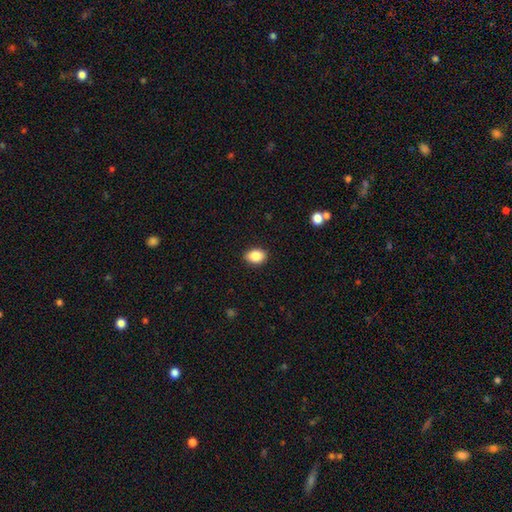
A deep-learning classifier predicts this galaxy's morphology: smooth_or_featured: smooth (p=0.87) [alt: star or artifact p=0.08]
how_rounded: in between (p=0.75) [alt: round p=0.24]
merging: none (p=0.88) [alt: minor disturbance p=0.09]